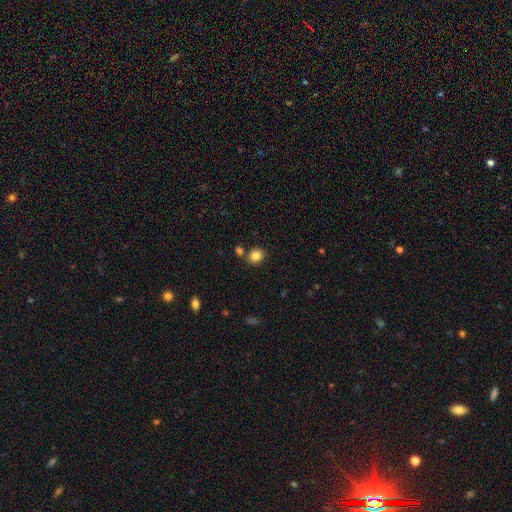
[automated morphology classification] This appears to be a smooth galaxy with no disk features (83%) that is round (81%). Merging: none (76%).